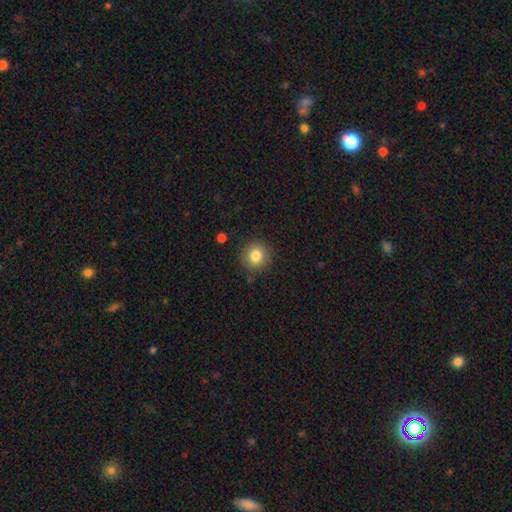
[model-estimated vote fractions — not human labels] smooth_or_featured: smooth (p=0.82) [alt: star or artifact p=0.10]
how_rounded: round (p=0.87) [alt: in between p=0.12]
merging: none (p=0.86) [alt: minor disturbance p=0.10]